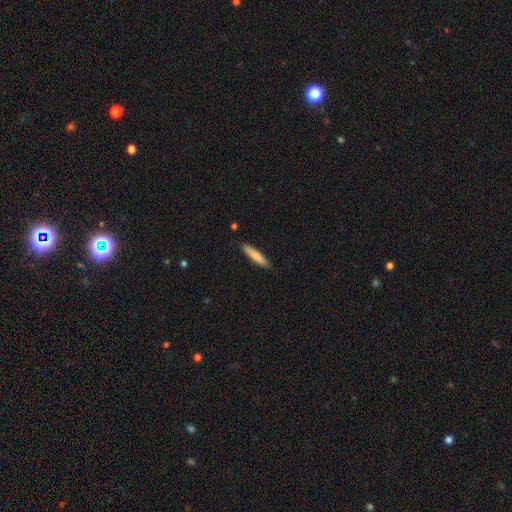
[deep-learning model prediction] smooth-or-featured: smooth: 75% | featured or disk: 19% | star or artifact: 5%
  how-rounded: cigar-shaped: 89% | in between: 10% | round: 1%
  merging: none: 89% | minor disturbance: 8% | major disturbance: 2% | merger: 1%